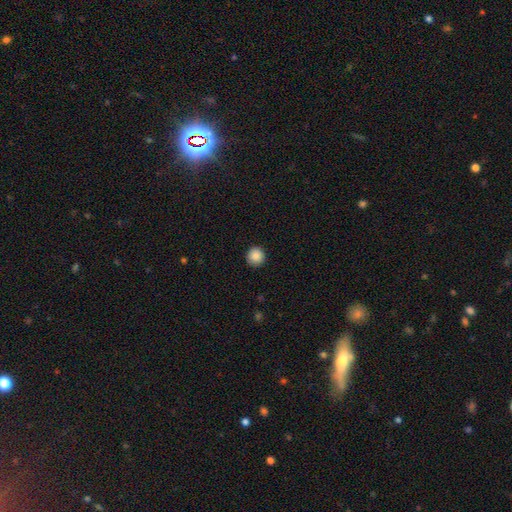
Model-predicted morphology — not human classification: Smooth or featured: smooth — 87% (star or artifact — 9%)
How rounded: round — 95% (in between — 4%)
Merging: none — 92% (minor disturbance — 6%)